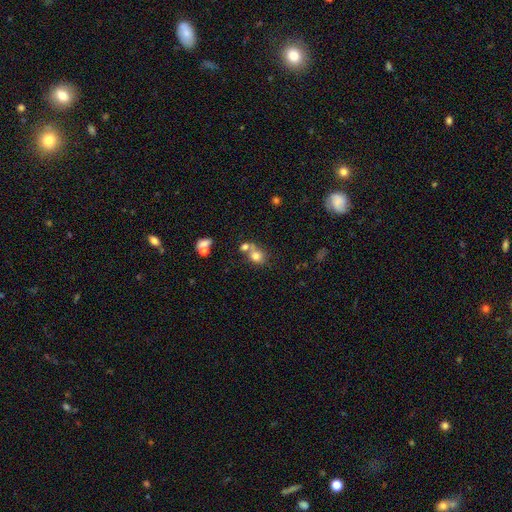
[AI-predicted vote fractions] smooth 74%, star or artifact 13%, featured or disk 13%. Down the decision tree: how rounded — round (70%); merging — none (44%).